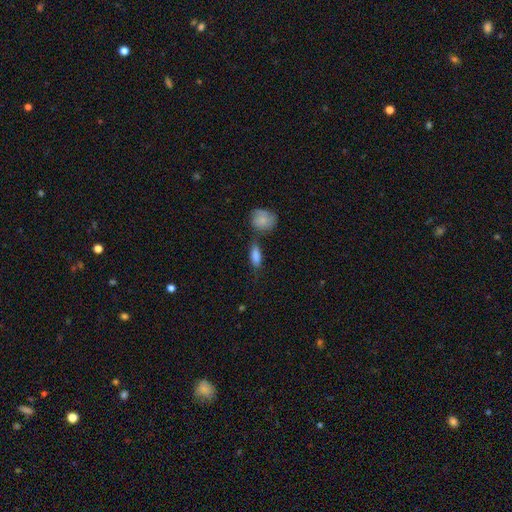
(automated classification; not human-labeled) This is likely a smooth galaxy (79%). How rounded: likely in between (63%). Merging: likely none (61%).